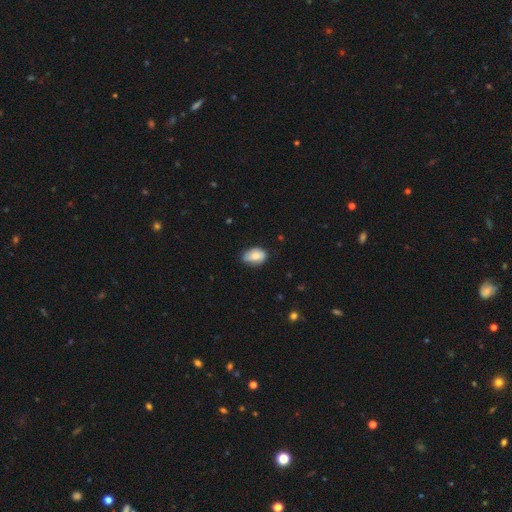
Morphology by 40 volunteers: Smooth or featured?
  - smooth: 57% *
  - featured or disk: 40%
  - star or artifact: 2%
How rounded?
  - in between: 96% *
  - round: 4%
  - cigar-shaped: 0%
Merging?
  - none: 62% *
  - minor disturbance: 31%
  - major disturbance: 8%
  - merger: 0%